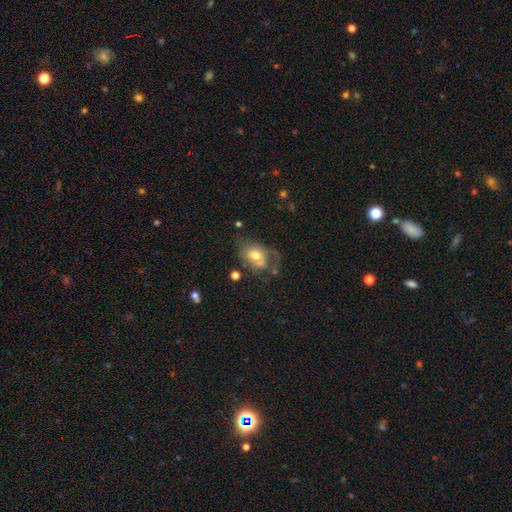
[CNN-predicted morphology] The model was most divided on "merging": none: 32%, major disturbance: 31%, minor disturbance: 25%, merger: 12%. Remaining: smooth or featured — smooth (49%).